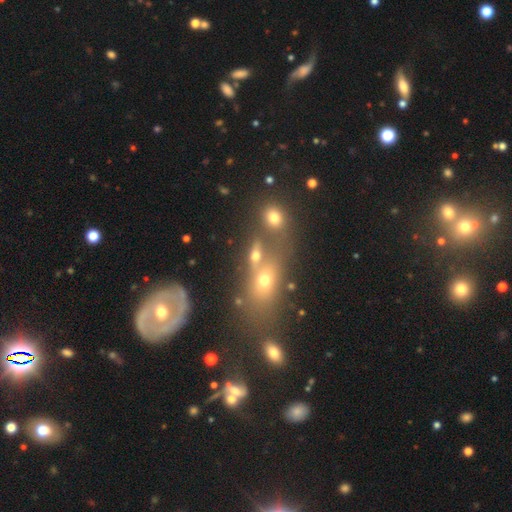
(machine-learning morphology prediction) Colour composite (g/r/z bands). It shows a smooth galaxy with no disk features (60%) that is in between round and cigar-shaped (59%). Merging: merger (46%).